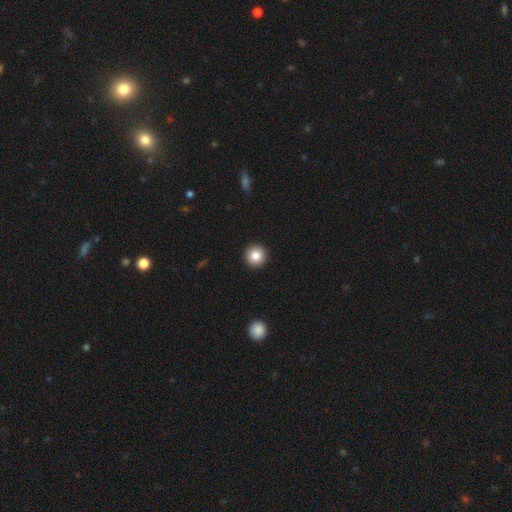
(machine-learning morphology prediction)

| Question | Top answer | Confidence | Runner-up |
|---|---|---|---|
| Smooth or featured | smooth | 84% | star or artifact (9%) |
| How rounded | round | 96% | in between (3%) |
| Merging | none | 94% | minor disturbance (4%) |